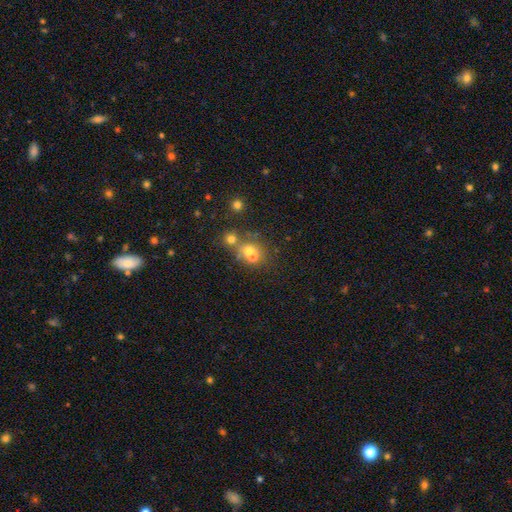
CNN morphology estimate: Smooth or featured? smooth (54%)
How rounded? round (63%)
Merging? merger (45%)